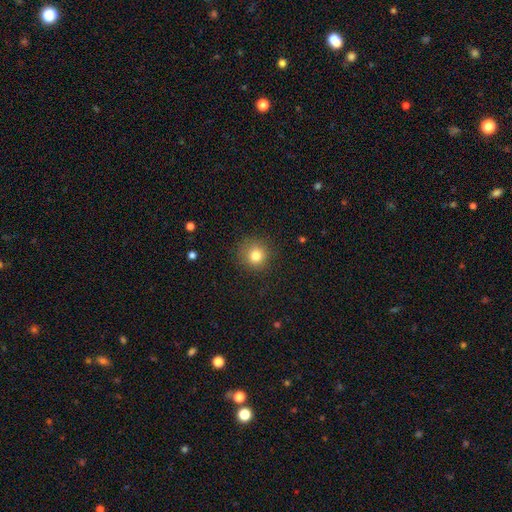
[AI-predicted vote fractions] Q: Smooth or featured?
A: smooth (80%); runner-up: star or artifact (12%)
Q: How rounded?
A: round (92%); runner-up: in between (7%)
Q: Merging?
A: none (86%); runner-up: minor disturbance (9%)